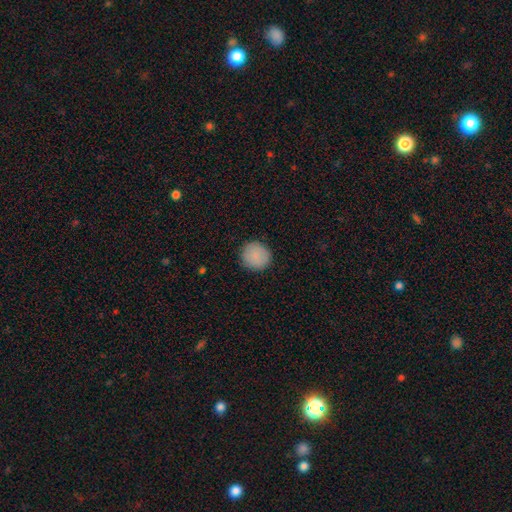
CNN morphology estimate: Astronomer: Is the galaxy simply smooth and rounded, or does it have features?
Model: smooth — 89%.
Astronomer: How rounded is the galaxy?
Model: round — 92%.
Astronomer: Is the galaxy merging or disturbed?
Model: none — 90%.